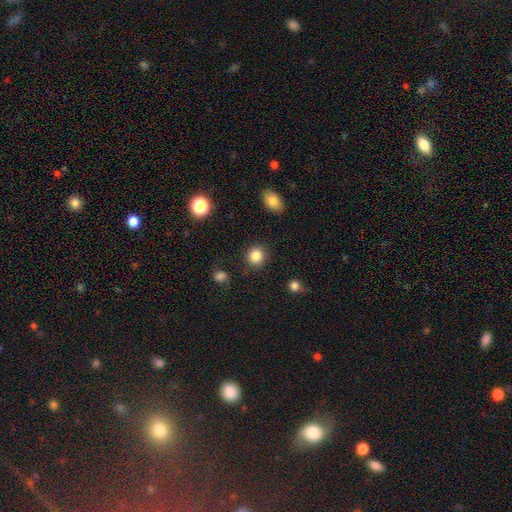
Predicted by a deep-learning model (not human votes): Q: Smooth or featured?
A: smooth (86%); runner-up: star or artifact (10%)
Q: How rounded?
A: round (89%); runner-up: in between (10%)
Q: Merging?
A: none (88%); runner-up: minor disturbance (7%)